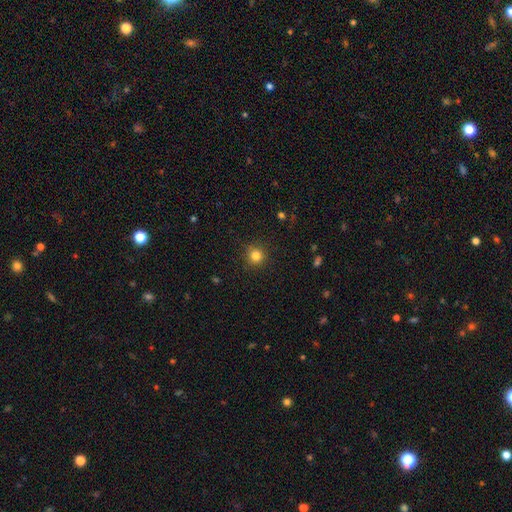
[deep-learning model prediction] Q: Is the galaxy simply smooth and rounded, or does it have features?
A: smooth — 83%.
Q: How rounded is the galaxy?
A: round — 93%.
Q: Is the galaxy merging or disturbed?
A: none — 90%.